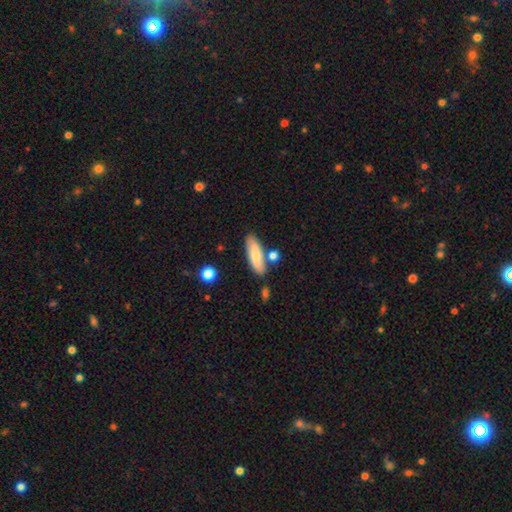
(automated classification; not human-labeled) Smooth or featured? smooth (76%)
How rounded? in between (50%)
Merging? none (75%)